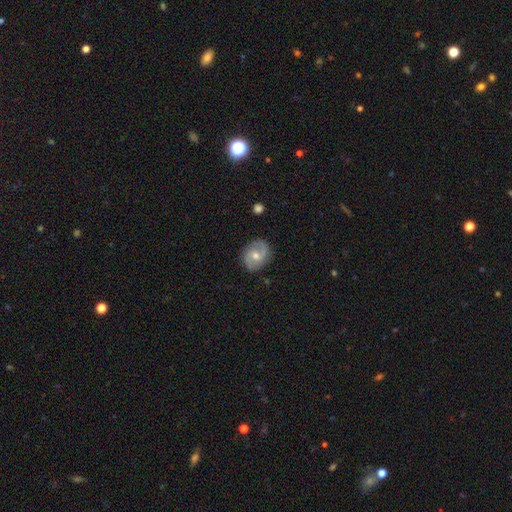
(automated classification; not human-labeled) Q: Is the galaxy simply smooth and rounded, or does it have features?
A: featured or disk — 71%.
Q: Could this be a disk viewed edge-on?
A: no — 97%.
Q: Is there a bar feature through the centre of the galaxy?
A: no — 60%.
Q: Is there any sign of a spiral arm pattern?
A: yes — 87%.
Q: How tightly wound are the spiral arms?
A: medium — 45%.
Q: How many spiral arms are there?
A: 2 — 85%.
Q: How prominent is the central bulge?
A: moderate — 67%.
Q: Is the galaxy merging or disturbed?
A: none — 83%.